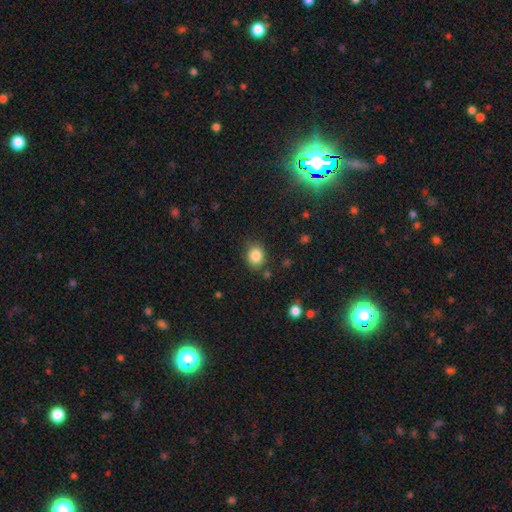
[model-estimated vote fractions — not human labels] A smooth galaxy with no disk features (85%) that is round (61%).

Vote fractions:
- Smooth or featured? smooth: 85% / star or artifact: 10% / featured or disk: 5%
- How rounded? round: 61% / in between: 38% / cigar-shaped: 1%
- Merging? none: 80% / minor disturbance: 13% / major disturbance: 4% / merger: 3%